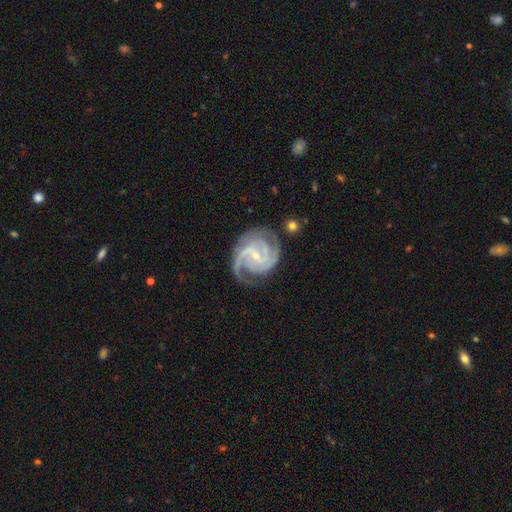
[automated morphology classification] Smooth or featured? featured or disk (92%)
Edge-on disk? no (98%)
Bar? weak (46%)
Spiral arms? yes (98%)
Spiral winding? tight (46%, tied with medium)
Spiral arm count? 3 (40%)
Bulge size? small (77%)
Merging? none (73%)